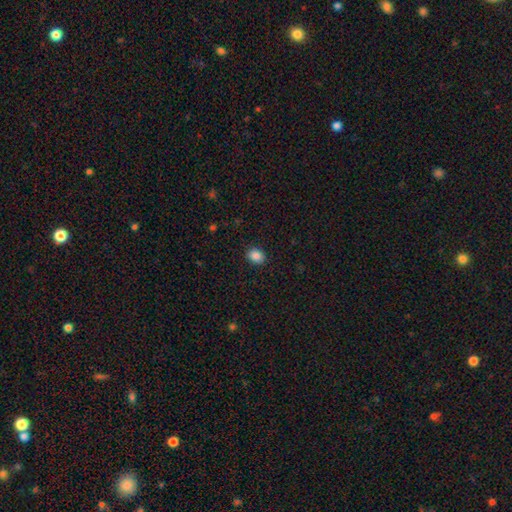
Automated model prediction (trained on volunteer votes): This is clearly a smooth galaxy (87%). How rounded: possibly in between (53%). Merging: clearly none (89%).